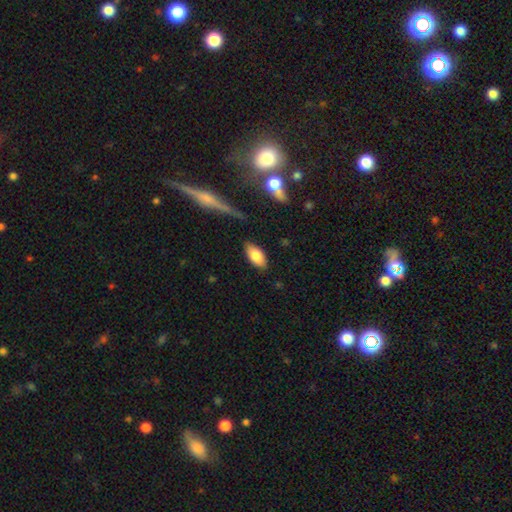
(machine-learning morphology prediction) type=smooth (81%); roundness=in between (92%); merging=none (84%).